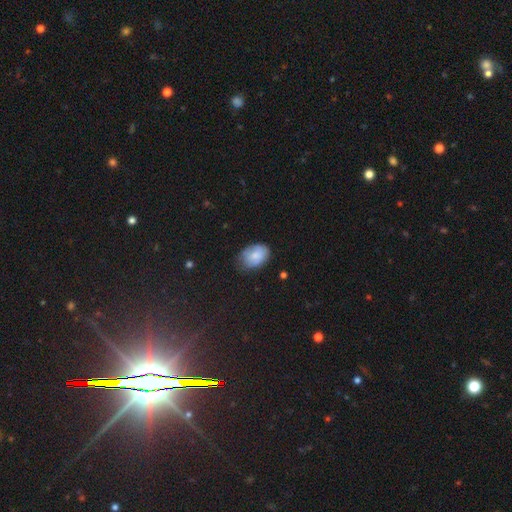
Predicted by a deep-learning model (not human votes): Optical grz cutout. It shows a smooth galaxy with no disk features (77%) that is in between round and cigar-shaped (85%). Merging: none (64%).